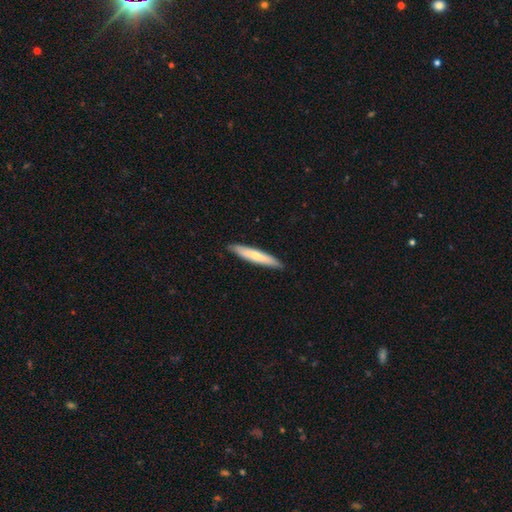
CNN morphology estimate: Overall: smooth (66%; featured or disk 29%). How rounded: cigar-shaped (92%). Merging: none (89%).